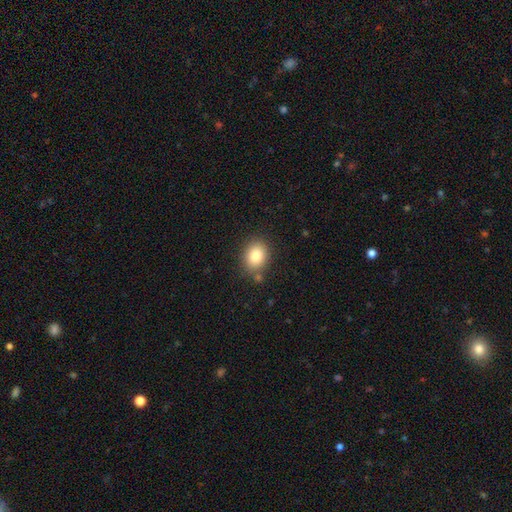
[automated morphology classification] smooth-or-featured: smooth: 82% | star or artifact: 10% | featured or disk: 8%
  how-rounded: round: 50% | in between: 49% | cigar-shaped: 1%
  merging: none: 80% | minor disturbance: 12% | merger: 5% | major disturbance: 3%